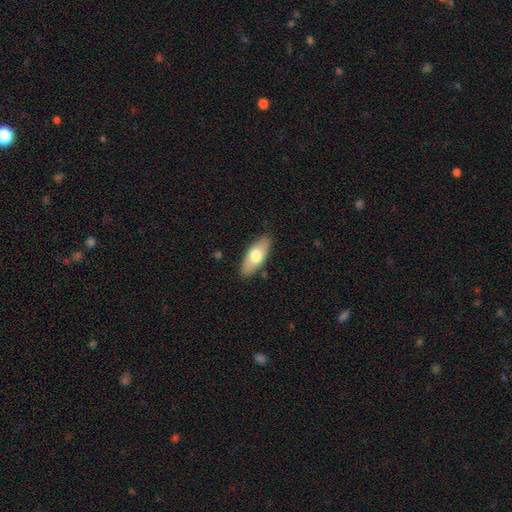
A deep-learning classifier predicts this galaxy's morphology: This is likely a smooth galaxy (67%). How rounded: clearly in between (81%). Merging: clearly none (86%).